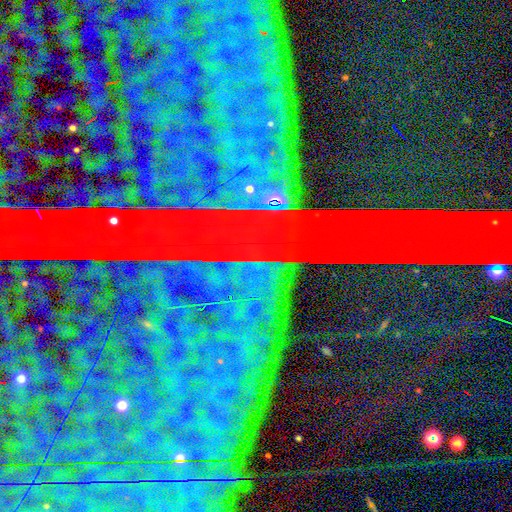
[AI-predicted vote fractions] Smooth or featured?
  - star or artifact: 86% *
  - featured or disk: 8%
  - smooth: 6%